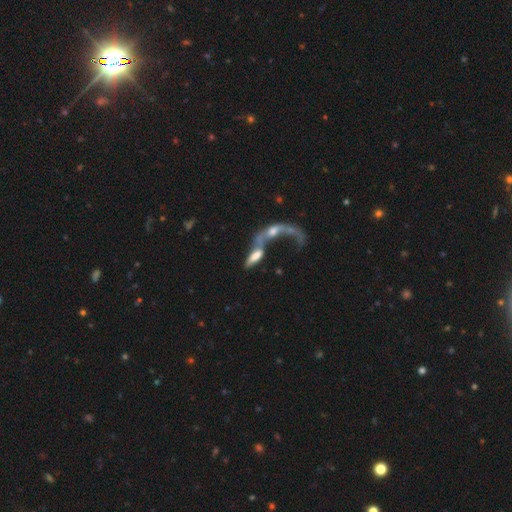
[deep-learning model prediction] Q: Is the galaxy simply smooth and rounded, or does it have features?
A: smooth — 46%.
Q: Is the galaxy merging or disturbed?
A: merger — 71%.